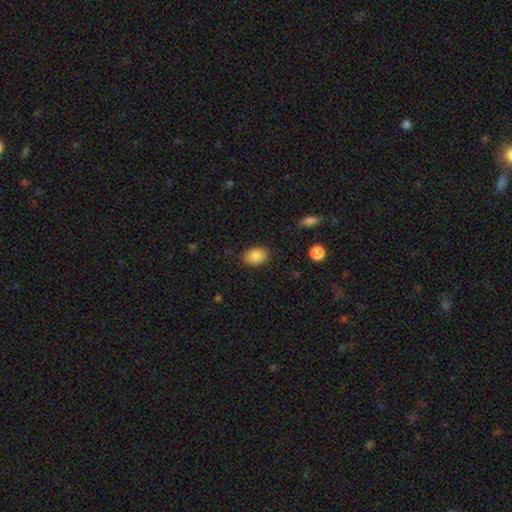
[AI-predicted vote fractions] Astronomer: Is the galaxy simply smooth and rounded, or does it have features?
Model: smooth — 86%.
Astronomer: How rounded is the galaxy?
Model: in between — 78%.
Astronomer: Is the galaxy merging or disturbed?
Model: none — 86%.